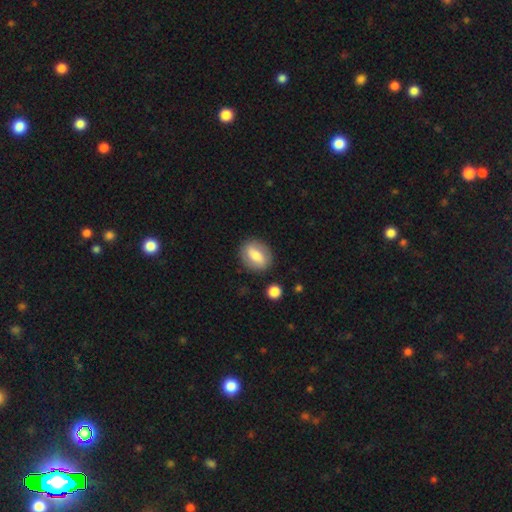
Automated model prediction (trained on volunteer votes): Morphology: type=smooth (65%); roundness=in between (67%); merging=none (85%).